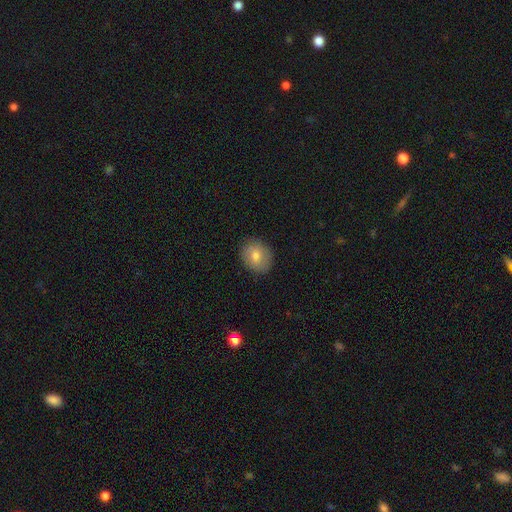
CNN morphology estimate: This appears to be a smooth galaxy with no disk features (74%) that is round (60%). Merging: none (87%).